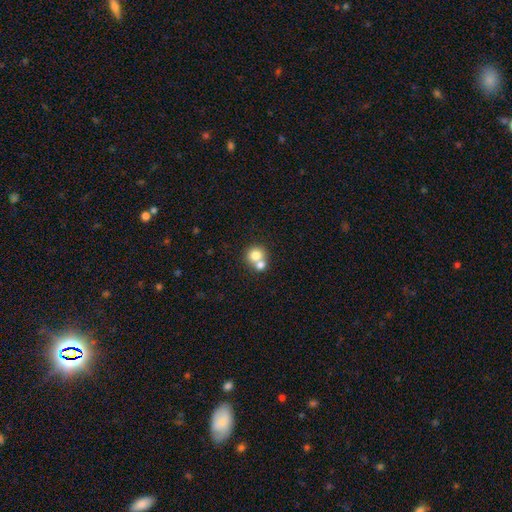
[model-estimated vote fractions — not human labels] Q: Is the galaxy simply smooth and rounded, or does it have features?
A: smooth — 76%.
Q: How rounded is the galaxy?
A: round — 86%.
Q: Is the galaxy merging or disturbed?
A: merger — 54%.